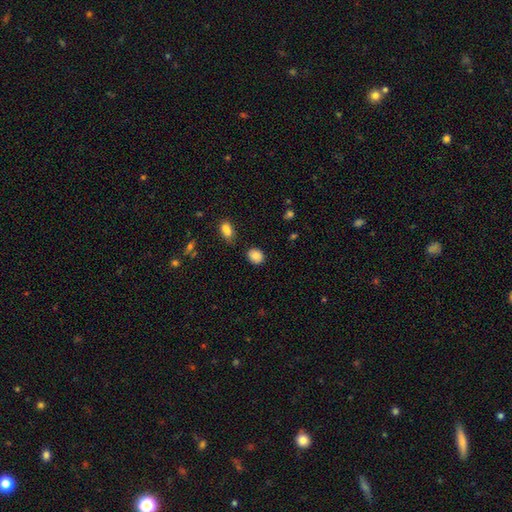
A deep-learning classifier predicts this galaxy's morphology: smooth 83%, star or artifact 9%, featured or disk 9%. Down the decision tree: how rounded — round (62%); merging — none (82%).